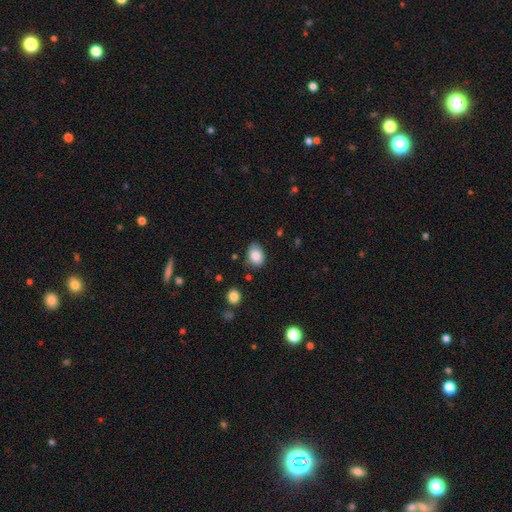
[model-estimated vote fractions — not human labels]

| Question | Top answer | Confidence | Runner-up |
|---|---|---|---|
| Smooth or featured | smooth | 86% | star or artifact (8%) |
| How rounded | in between | 77% | round (22%) |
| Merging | none | 75% | minor disturbance (19%) |